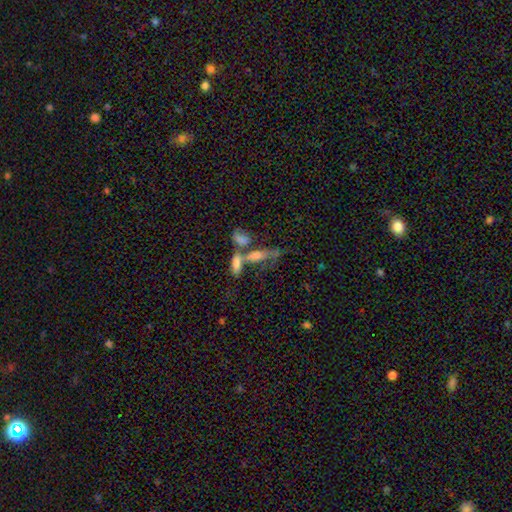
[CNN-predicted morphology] Overall: smooth (52%; featured or disk 34%). How rounded: in between (58%; cigar-shaped 36%). Merging: merger (57%; none 24%).